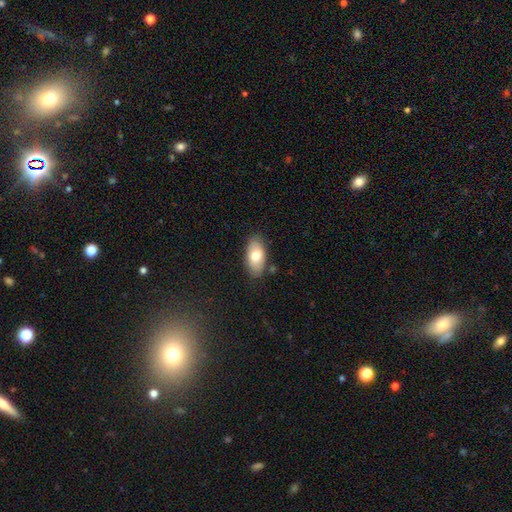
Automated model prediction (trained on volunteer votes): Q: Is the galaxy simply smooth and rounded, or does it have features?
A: smooth — 75%.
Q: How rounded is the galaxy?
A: in between — 93%.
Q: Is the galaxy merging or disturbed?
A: none — 82%.